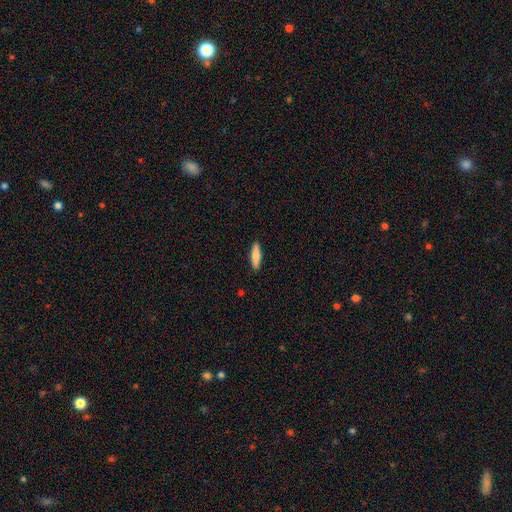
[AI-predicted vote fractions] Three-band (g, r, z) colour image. It shows a smooth galaxy with no disk features (79%) that is cigar-shaped (69%). Merging: none (90%).